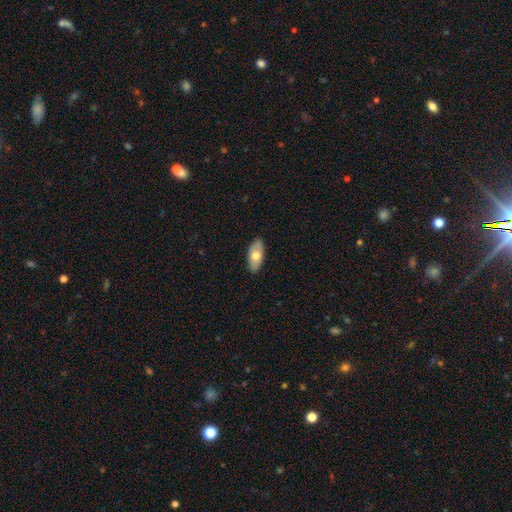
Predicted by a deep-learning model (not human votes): This is likely a smooth galaxy (63%). How rounded: clearly in between (92%). Merging: clearly none (86%).